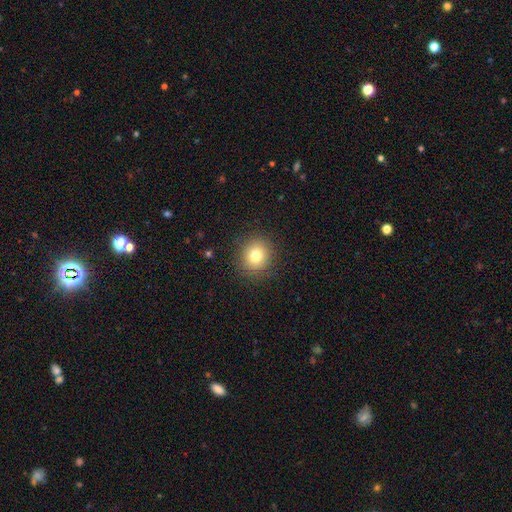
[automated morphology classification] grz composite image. It shows a smooth galaxy with no disk features (78%) that is round (87%). Merging: none (89%).